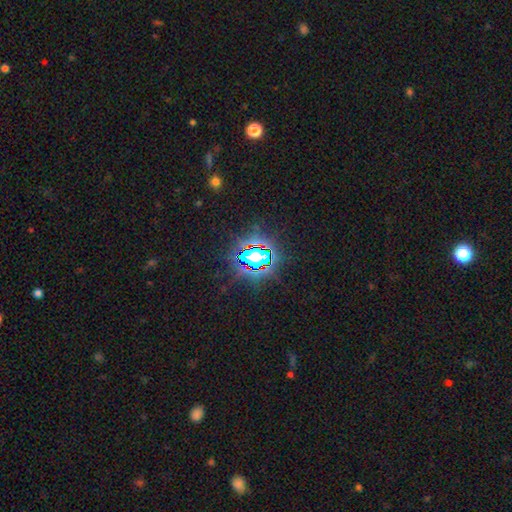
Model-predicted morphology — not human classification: Q: Smooth or featured?
A: star or artifact (76%); runner-up: smooth (14%)